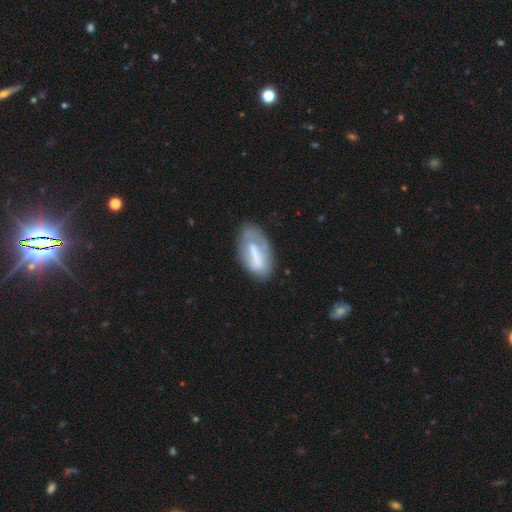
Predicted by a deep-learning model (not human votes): A smooth galaxy with no disk features (52%) that is in between round and cigar-shaped (88%).

Vote fractions:
- Smooth or featured? smooth: 52% / featured or disk: 41% / star or artifact: 7%
- How rounded? in between: 88% / cigar-shaped: 9% / round: 3%
- Merging? none: 59% / minor disturbance: 25% / major disturbance: 12% / merger: 4%